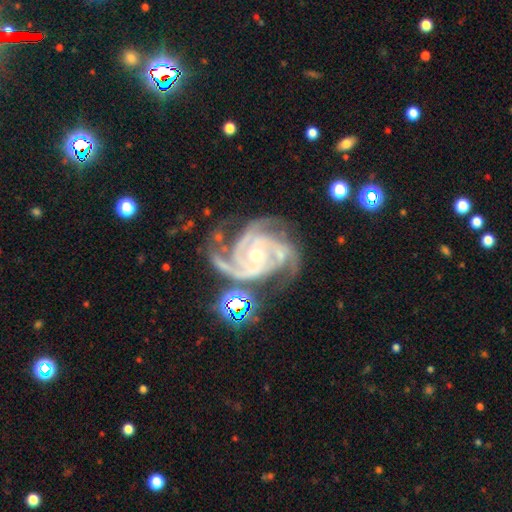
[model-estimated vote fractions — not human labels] Smooth or featured? featured or disk (92%)
Edge-on disk? no (98%)
Bar? no (66%)
Spiral arms? yes (99%)
Spiral winding? tight (54%)
Spiral arm count? 3 (57%)
Bulge size? moderate (58%)
Merging? none (55%)